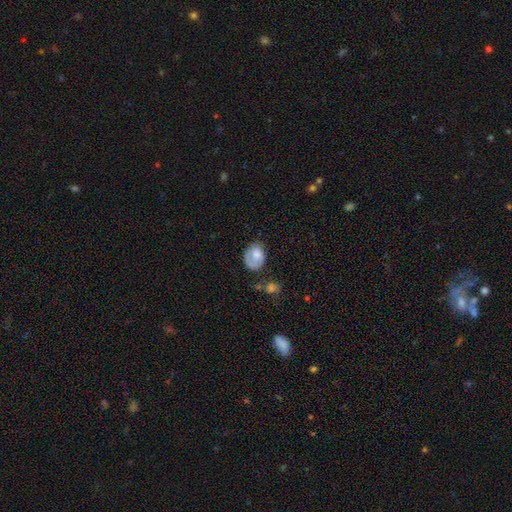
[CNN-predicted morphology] Smooth or featured?
  - smooth: 70% *
  - featured or disk: 23%
  - star or artifact: 7%
How rounded?
  - in between: 63% *
  - round: 36%
  - cigar-shaped: 1%
Merging?
  - none: 50% *
  - minor disturbance: 30%
  - major disturbance: 14%
  - merger: 5%